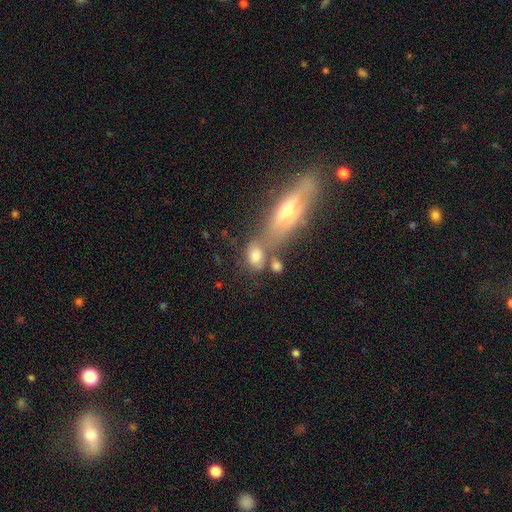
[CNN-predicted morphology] This is likely a smooth galaxy (70%). How rounded: likely in between (69%). Merging: marginally none (45%).